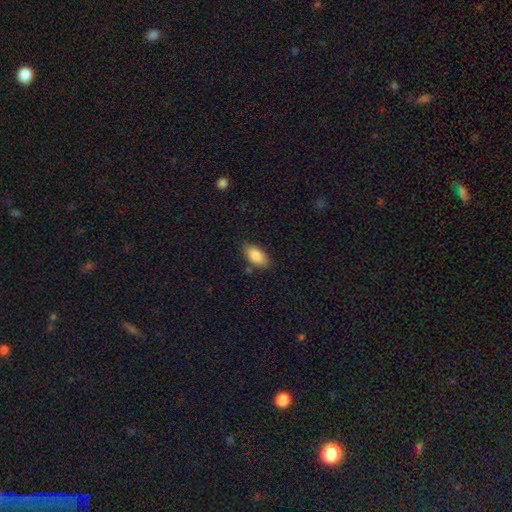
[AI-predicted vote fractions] The model was most divided on "merging": none: 81%, minor disturbance: 13%, major disturbance: 3%, merger: 3%. More confident: how rounded — in between (93%); smooth or featured — smooth (86%).